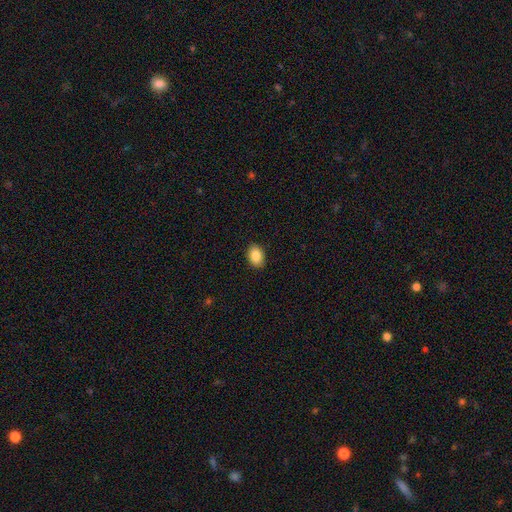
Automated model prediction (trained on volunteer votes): Overall: smooth (87%). How rounded: in between (79%). Merging: none (89%).